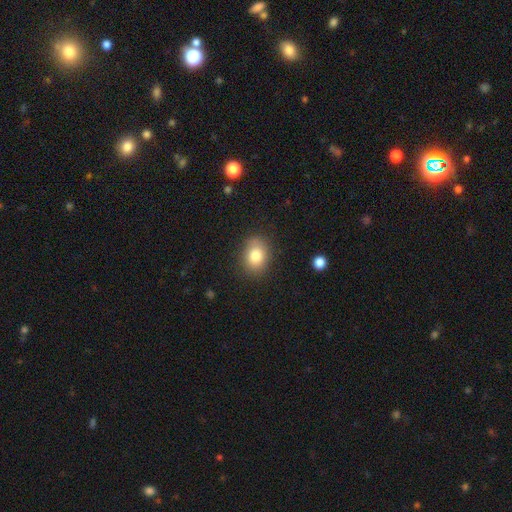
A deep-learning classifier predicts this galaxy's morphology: A smooth galaxy with no disk features (82%) that is in between round and cigar-shaped (61%).

Vote fractions:
- Smooth or featured? smooth: 82% / featured or disk: 9% / star or artifact: 9%
- How rounded? in between: 61% / round: 38% / cigar-shaped: 1%
- Merging? none: 83% / minor disturbance: 12% / major disturbance: 3% / merger: 1%